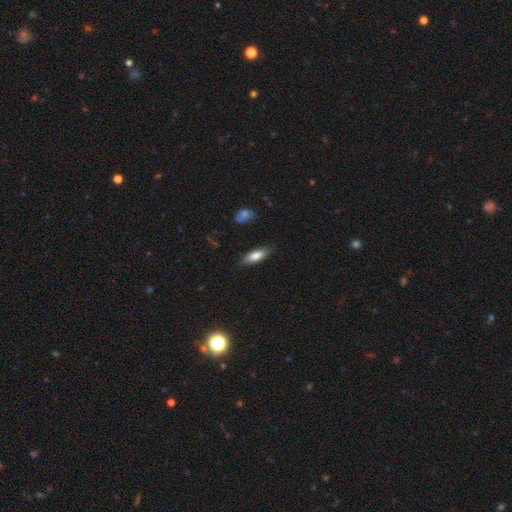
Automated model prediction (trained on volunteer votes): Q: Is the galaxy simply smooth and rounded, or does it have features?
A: smooth — 80%.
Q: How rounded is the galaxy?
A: in between — 60%.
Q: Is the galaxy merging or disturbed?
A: none — 83%.